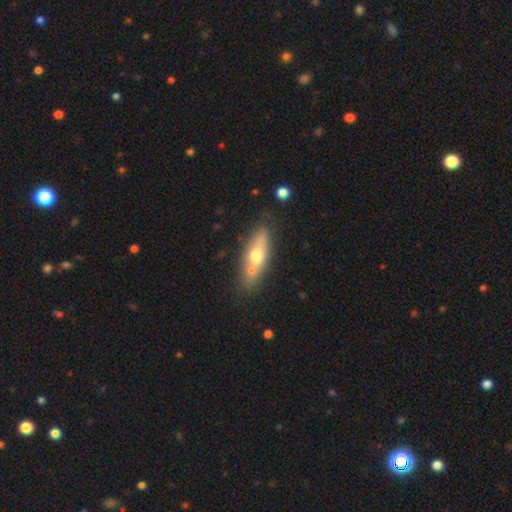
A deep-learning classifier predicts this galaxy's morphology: smooth_or_featured: smooth (p=0.54) [alt: featured or disk p=0.39]
how_rounded: in between (p=0.53) [alt: cigar-shaped p=0.43]
merging: none (p=0.65) [alt: merger p=0.16]